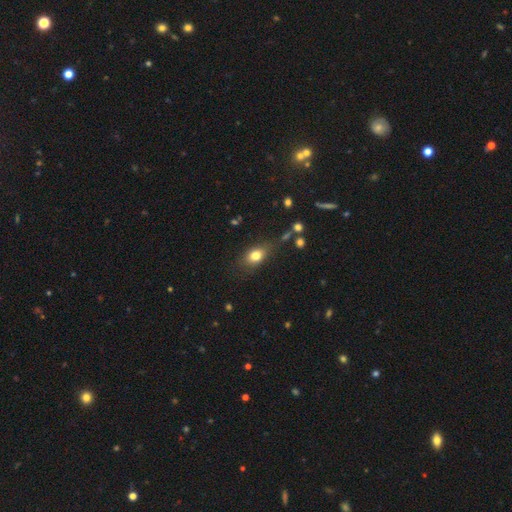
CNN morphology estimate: smooth_or_featured: smooth (p=0.79) [alt: featured or disk p=0.11]
how_rounded: in between (p=0.69) [alt: round p=0.27]
merging: none (p=0.71) [alt: minor disturbance p=0.19]